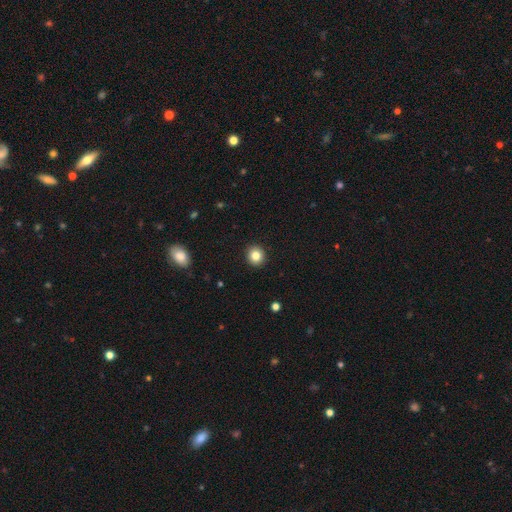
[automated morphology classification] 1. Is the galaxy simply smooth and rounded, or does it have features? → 84% smooth, 10% star or artifact, 6% featured or disk.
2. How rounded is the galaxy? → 88% round, 11% in between, 1% cigar-shaped.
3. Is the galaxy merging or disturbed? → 92% none, 5% minor disturbance, 2% major disturbance, 1% merger.